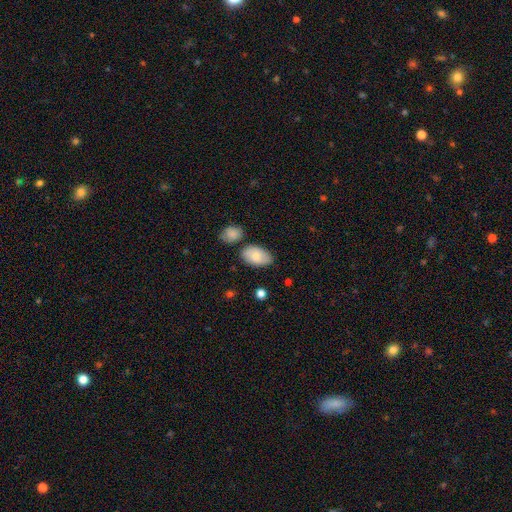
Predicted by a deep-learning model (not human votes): A smooth galaxy with no disk features (77%) that is in between round and cigar-shaped (92%).

Vote fractions:
- Smooth or featured? smooth: 77% / featured or disk: 16% / star or artifact: 7%
- How rounded? in between: 92% / round: 6% / cigar-shaped: 1%
- Merging? none: 71% / minor disturbance: 19% / merger: 7% / major disturbance: 4%